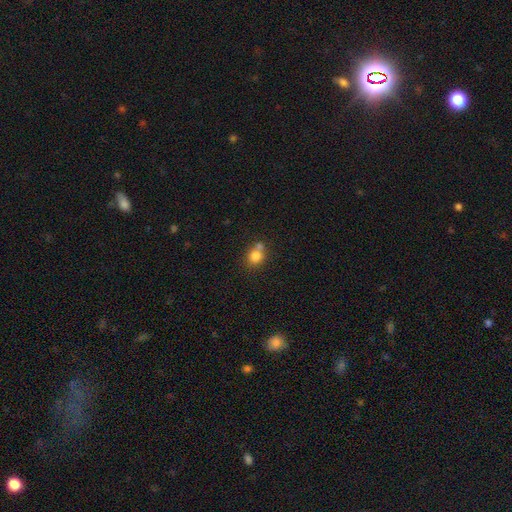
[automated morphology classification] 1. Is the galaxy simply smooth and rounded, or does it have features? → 80% smooth, 11% star or artifact, 9% featured or disk.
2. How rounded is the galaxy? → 70% round, 29% in between, 1% cigar-shaped.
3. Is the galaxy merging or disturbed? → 50% none, 35% merger, 11% minor disturbance, 4% major disturbance.